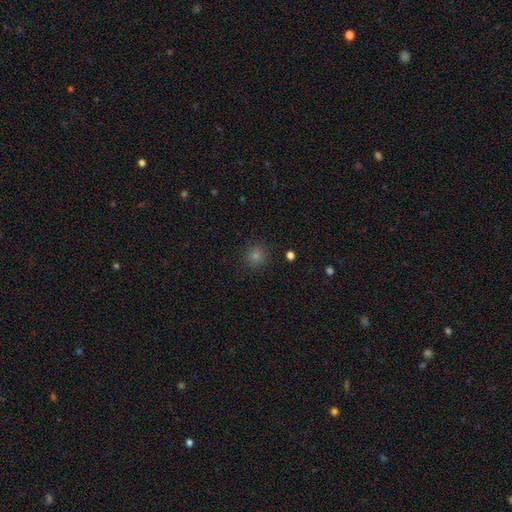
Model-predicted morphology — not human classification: type=smooth (74%); roundness=round (93%); merging=none (91%).